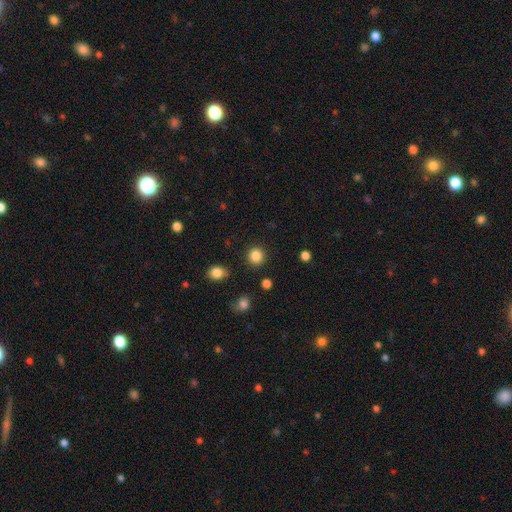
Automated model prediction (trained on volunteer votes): smooth_or_featured: smooth (p=0.85) [alt: star or artifact p=0.11]
how_rounded: round (p=0.92) [alt: in between p=0.07]
merging: none (p=0.90) [alt: minor disturbance p=0.06]